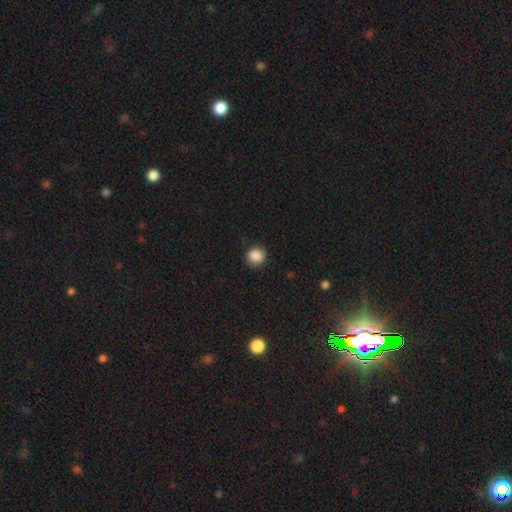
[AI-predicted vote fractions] This is clearly a smooth galaxy (88%). How rounded: clearly round (86%). Merging: clearly none (86%).